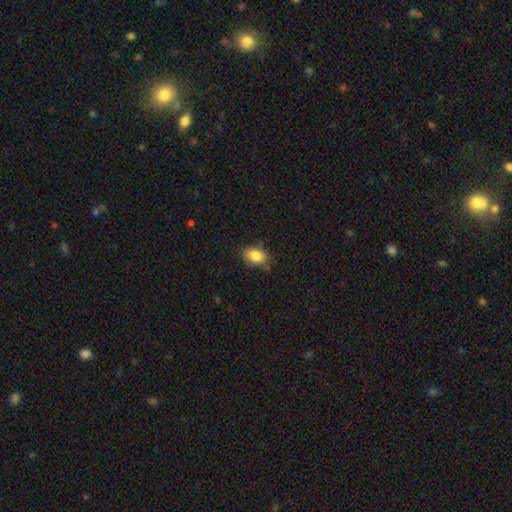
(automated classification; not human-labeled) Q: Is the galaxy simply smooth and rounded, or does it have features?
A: smooth — 85%.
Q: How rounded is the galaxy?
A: in between — 80%.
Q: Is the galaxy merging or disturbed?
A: none — 72%.